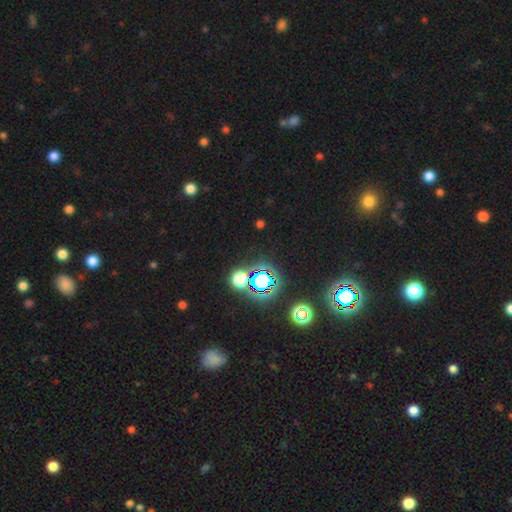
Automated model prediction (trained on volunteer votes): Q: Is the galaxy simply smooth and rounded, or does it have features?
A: star or artifact — 78%.